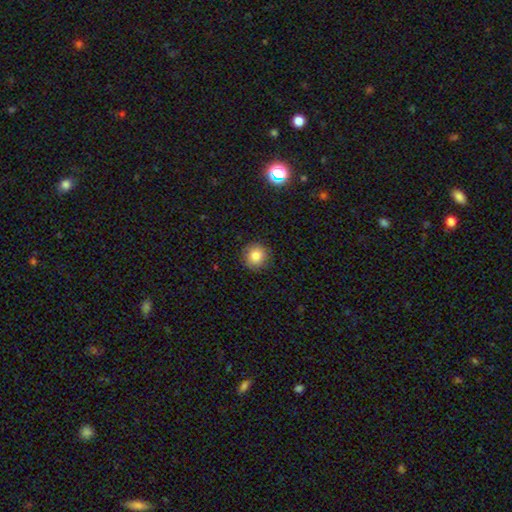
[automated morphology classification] Smooth or featured? Predicted: smooth (p=0.83). How rounded? Predicted: round (p=0.93). Merging? Predicted: none (p=0.89).